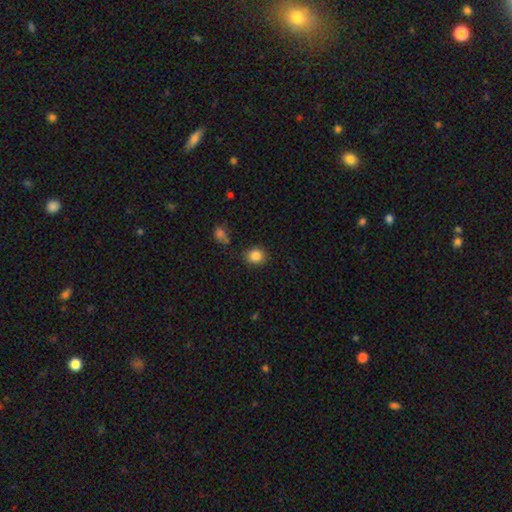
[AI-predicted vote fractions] Smooth or featured? Predicted: smooth (p=0.85). How rounded? Predicted: round (p=0.75). Merging? Predicted: none (p=0.83).